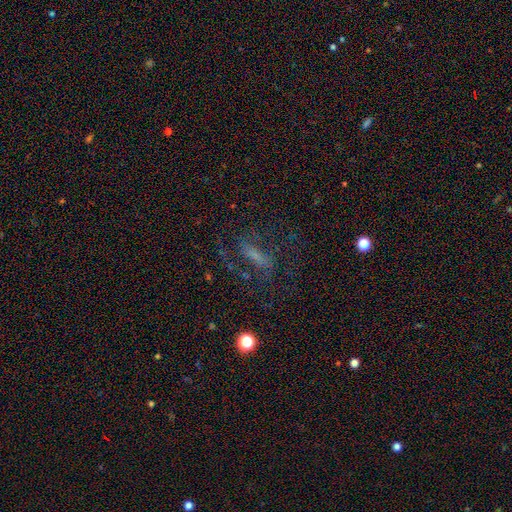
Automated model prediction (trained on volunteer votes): This is possibly a featured or disk galaxy (46%). Merging: possibly none (58%).